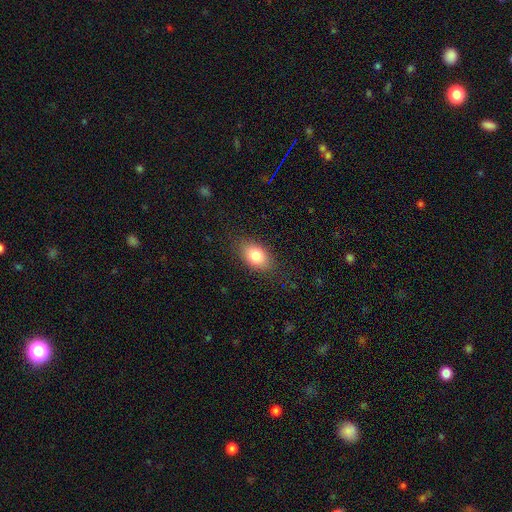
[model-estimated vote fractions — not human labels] Smooth or featured?
  - smooth: 82% *
  - featured or disk: 10%
  - star or artifact: 8%
How rounded?
  - in between: 87% *
  - round: 11%
  - cigar-shaped: 2%
Merging?
  - none: 84% *
  - minor disturbance: 11%
  - major disturbance: 3%
  - merger: 1%